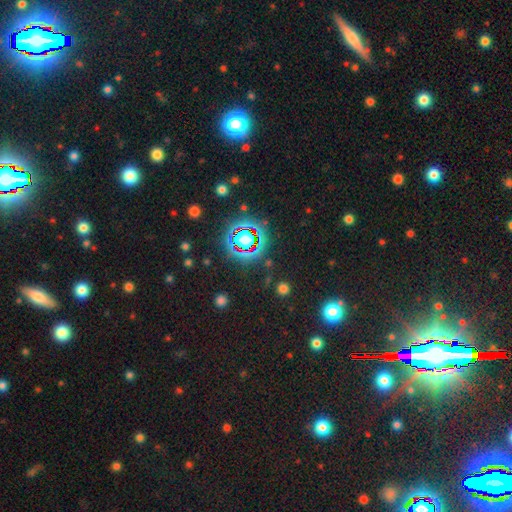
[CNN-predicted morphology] Smooth or featured: star or artifact — 83% (smooth — 10%)